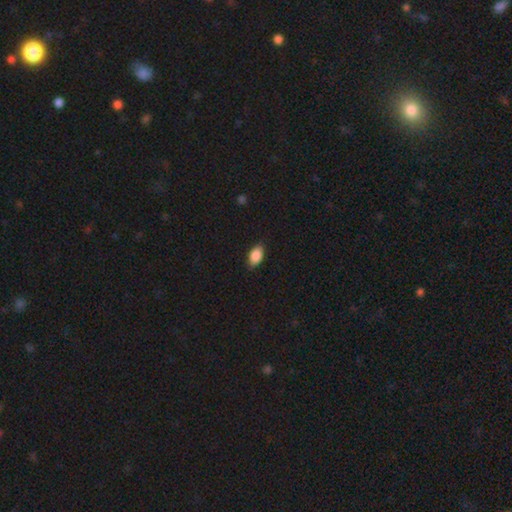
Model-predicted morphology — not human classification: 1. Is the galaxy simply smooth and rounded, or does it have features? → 88% smooth, 7% star or artifact, 5% featured or disk.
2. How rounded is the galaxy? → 91% in between, 7% round, 3% cigar-shaped.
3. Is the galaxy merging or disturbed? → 84% none, 13% minor disturbance, 2% major disturbance, 1% merger.